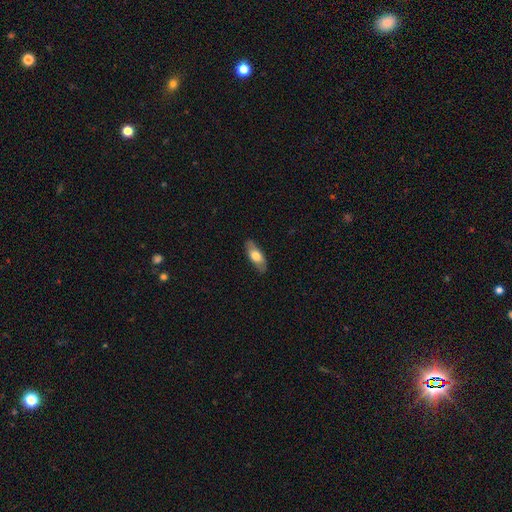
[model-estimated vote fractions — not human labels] smooth 64%, featured or disk 30%, star or artifact 6%. Down the decision tree: how rounded — in between (73%); merging — none (84%).